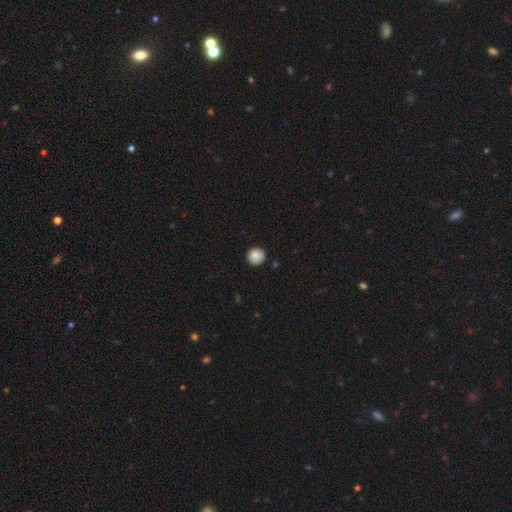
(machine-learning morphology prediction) Smooth or featured? Predicted: smooth (p=0.87). How rounded? Predicted: round (p=0.94). Merging? Predicted: none (p=0.88).